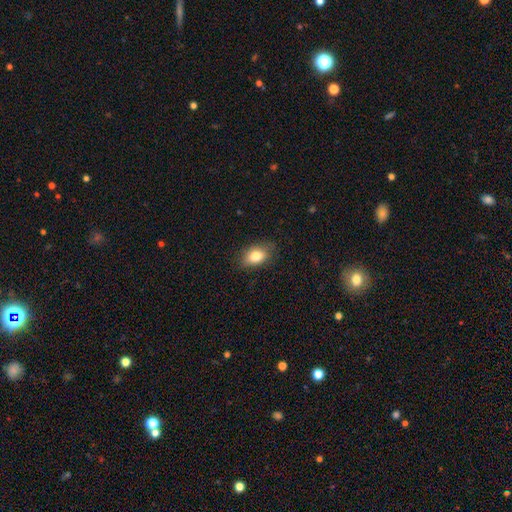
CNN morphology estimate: Smooth or featured?
  - smooth: 80% *
  - featured or disk: 12%
  - star or artifact: 8%
How rounded?
  - in between: 85% *
  - round: 12%
  - cigar-shaped: 3%
Merging?
  - none: 79% *
  - minor disturbance: 16%
  - major disturbance: 3%
  - merger: 1%